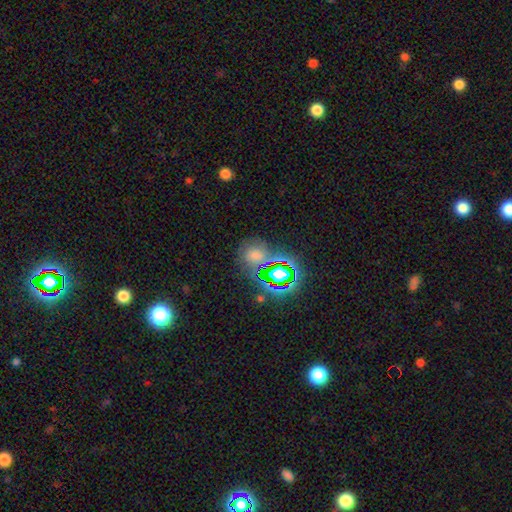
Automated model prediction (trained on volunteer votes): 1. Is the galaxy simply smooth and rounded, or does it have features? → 48% star or artifact, 39% smooth, 13% featured or disk.